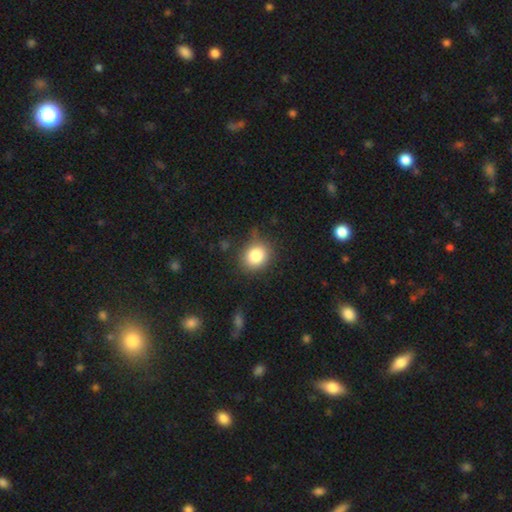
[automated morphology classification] Overall: smooth (83%). How rounded: round (74%). Merging: none (78%).